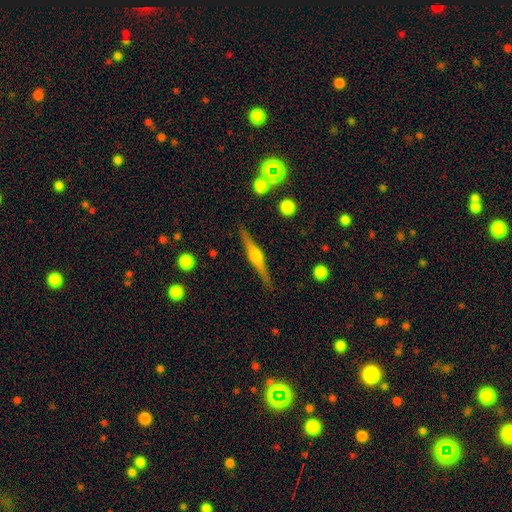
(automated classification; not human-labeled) smooth_or_featured: featured or disk (p=0.79) [alt: smooth p=0.15]
disk_edge_on: yes (p=0.98) [alt: no p=0.02]
edge_on_bulge: rounded (p=0.90) [alt: boxy p=0.07]
merging: none (p=0.89) [alt: minor disturbance p=0.08]